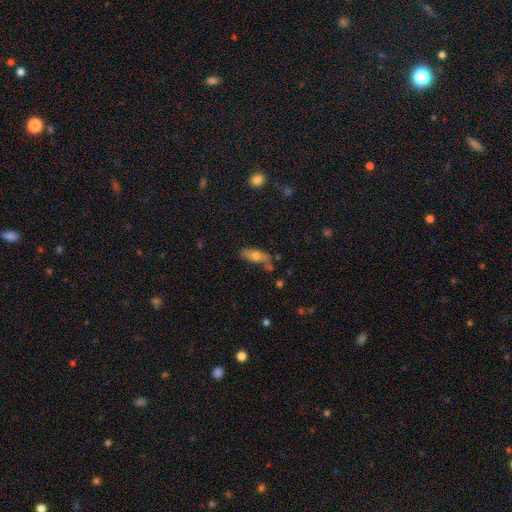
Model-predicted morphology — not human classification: This appears to be a smooth galaxy with no disk features (67%) that is in between round and cigar-shaped (64%). Merging: none (58%).